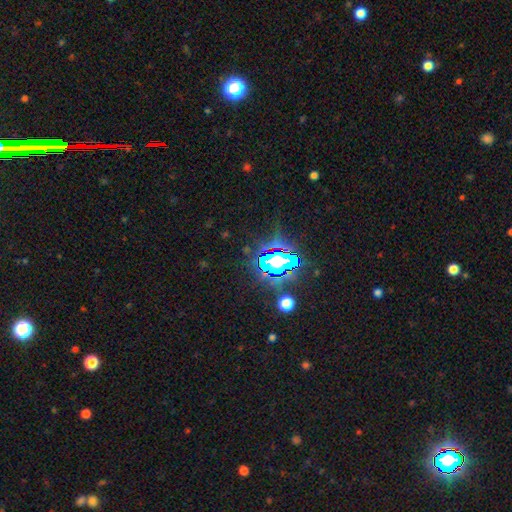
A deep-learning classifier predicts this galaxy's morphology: star or artifact 81%, smooth 12%, featured or disk 7%.